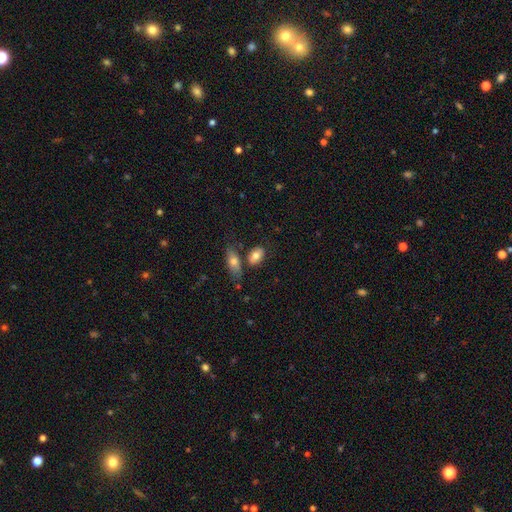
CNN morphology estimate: The model was most divided on "merging": none: 60%, merger: 21%, minor disturbance: 15%, major disturbance: 5%. More confident: how rounded — in between (85%); smooth or featured — smooth (77%).